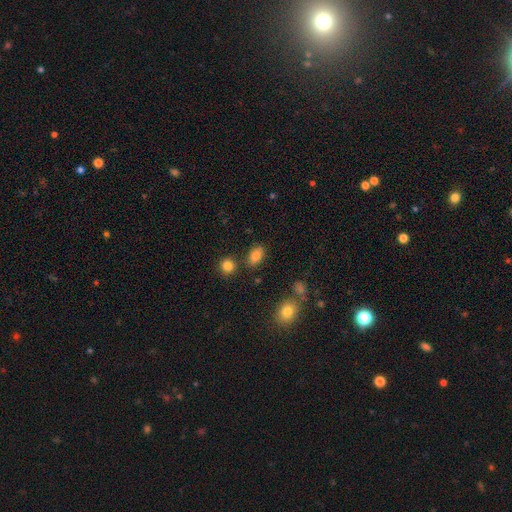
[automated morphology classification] Overall: smooth (82%). How rounded: in between (86%). Merging: none (80%).